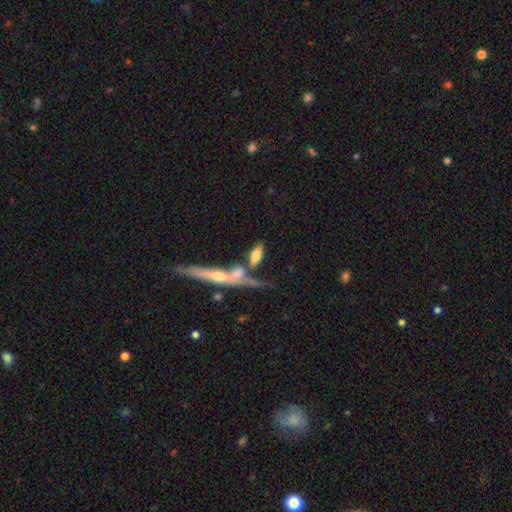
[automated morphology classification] The model was most divided on "merging": none: 48%, merger: 32%, minor disturbance: 14%, major disturbance: 7%. More confident: how rounded — in between (75%); smooth or featured — smooth (66%).